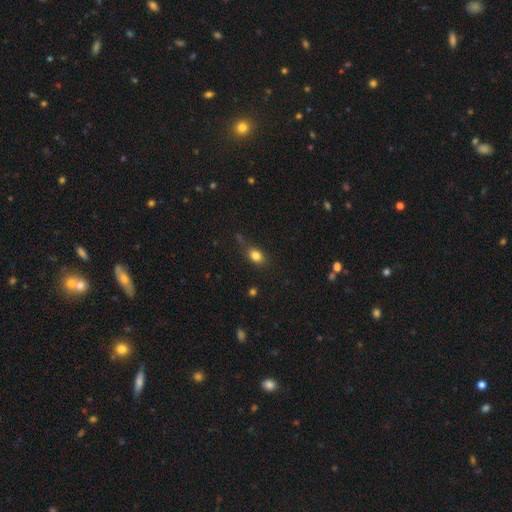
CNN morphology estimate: Smooth or featured?
  - smooth: 82% *
  - star or artifact: 11%
  - featured or disk: 8%
How rounded?
  - in between: 69% *
  - round: 28%
  - cigar-shaped: 3%
Merging?
  - none: 70% *
  - minor disturbance: 20%
  - major disturbance: 7%
  - merger: 3%